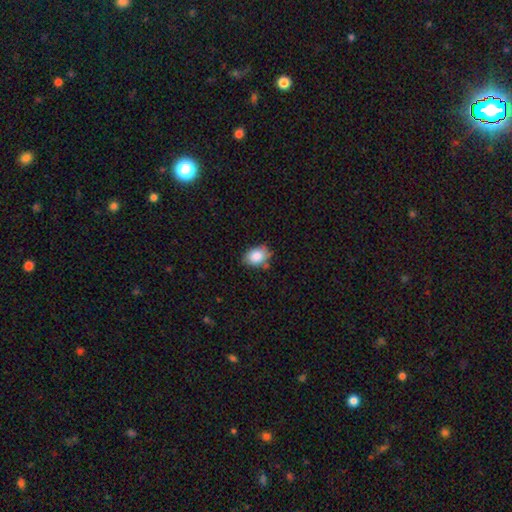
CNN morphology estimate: smooth-or-featured: smooth: 85% | star or artifact: 8% | featured or disk: 7%
  how-rounded: in between: 77% | round: 21% | cigar-shaped: 1%
  merging: none: 69% | minor disturbance: 23% | major disturbance: 4% | merger: 4%